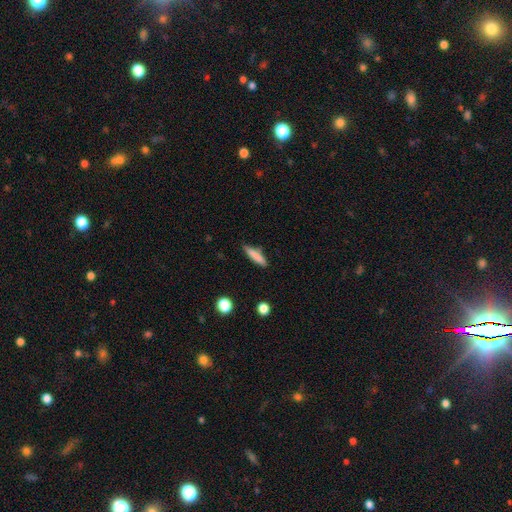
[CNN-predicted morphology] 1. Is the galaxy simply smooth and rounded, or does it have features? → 80% smooth, 13% featured or disk, 7% star or artifact.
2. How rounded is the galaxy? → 84% cigar-shaped, 14% in between, 2% round.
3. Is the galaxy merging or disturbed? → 83% none, 12% minor disturbance, 2% major disturbance, 2% merger.